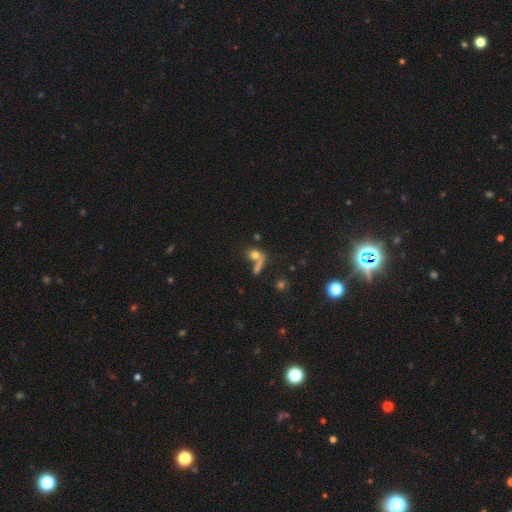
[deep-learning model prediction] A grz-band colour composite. It shows a smooth galaxy with no disk features (59%) that is round (52%). Merging: none (41%).